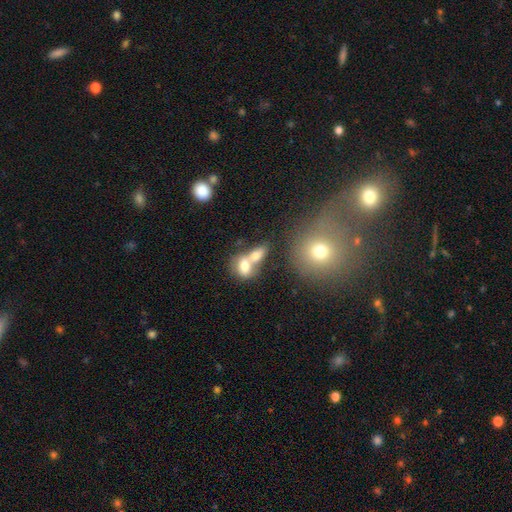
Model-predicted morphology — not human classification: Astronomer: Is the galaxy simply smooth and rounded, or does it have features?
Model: smooth — 71%.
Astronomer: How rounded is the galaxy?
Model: in between — 65%.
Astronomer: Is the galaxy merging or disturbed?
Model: merger — 66%.